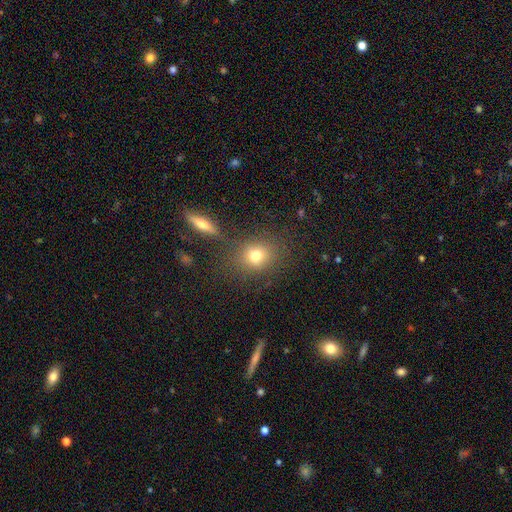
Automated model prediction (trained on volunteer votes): Smooth or featured? smooth (74%)
How rounded? round (63%)
Merging? none (75%)